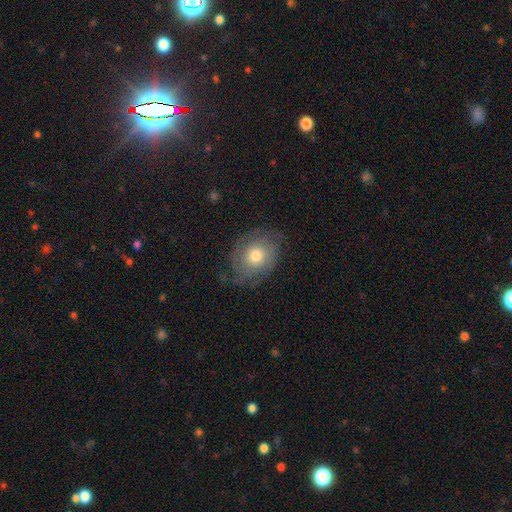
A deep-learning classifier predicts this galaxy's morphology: type=featured or disk (51%); edge-on=no (95%); merging=none (68%).